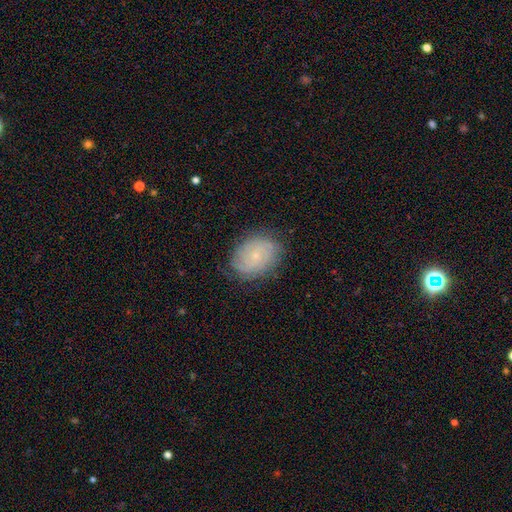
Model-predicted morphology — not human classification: Smooth or featured?
  - featured or disk: 53% *
  - smooth: 38%
  - star or artifact: 9%
Edge-on disk?
  - no: 97% *
  - yes: 3%
Bar?
  - no: 79% *
  - weak: 18%
  - strong: 3%
Spiral arms?
  - yes: 83% *
  - no: 17%
Bulge size?
  - small: 79% *
  - moderate: 14%
  - none: 4%
  - large: 1%
  - dominant: 1%
Merging?
  - none: 76% *
  - minor disturbance: 17%
  - major disturbance: 5%
  - merger: 1%